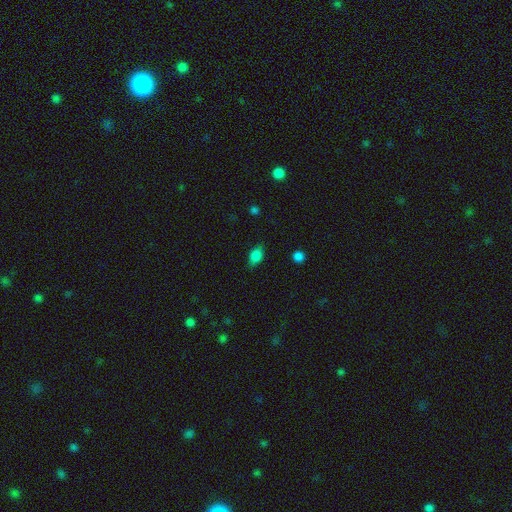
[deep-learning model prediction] This appears to be a smooth galaxy with no disk features (83%) that is in between round and cigar-shaped (83%). Merging: none (79%).